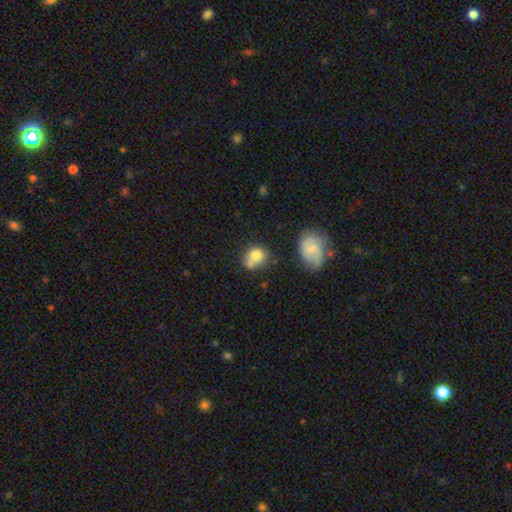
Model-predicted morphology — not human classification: smooth_or_featured: smooth (p=0.75) [alt: featured or disk p=0.16]
how_rounded: round (p=0.64) [alt: in between p=0.35]
merging: none (p=0.42) [alt: merger p=0.27]